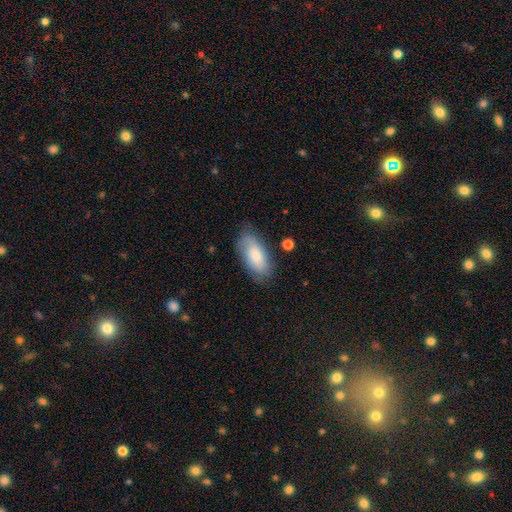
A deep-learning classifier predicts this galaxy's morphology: smooth 70%, featured or disk 24%, star or artifact 6%. Down the decision tree: how rounded — in between (91%); merging — none (73%).